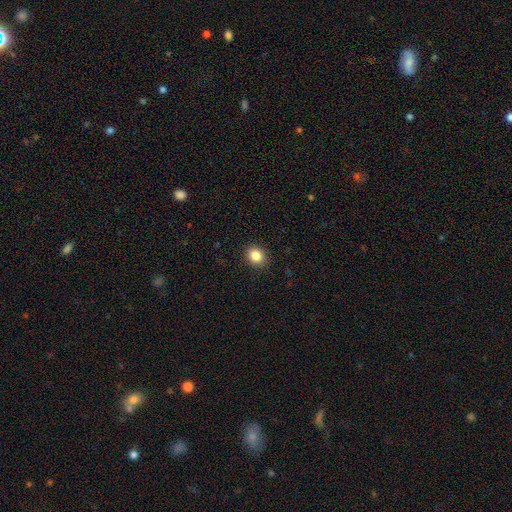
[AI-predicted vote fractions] smooth_or_featured: smooth (p=0.85) [alt: star or artifact p=0.10]
how_rounded: round (p=0.62) [alt: in between p=0.37]
merging: none (p=0.91) [alt: minor disturbance p=0.06]